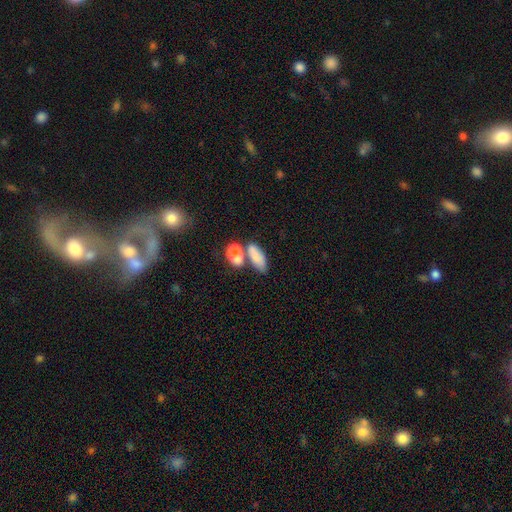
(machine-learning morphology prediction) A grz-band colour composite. It shows a smooth galaxy with no disk features (79%) that is in between round and cigar-shaped (81%). Merging: merger (43%).